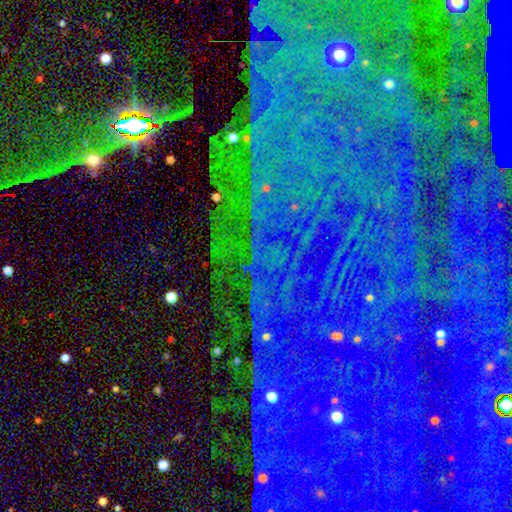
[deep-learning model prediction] Overall: star or artifact (84%).